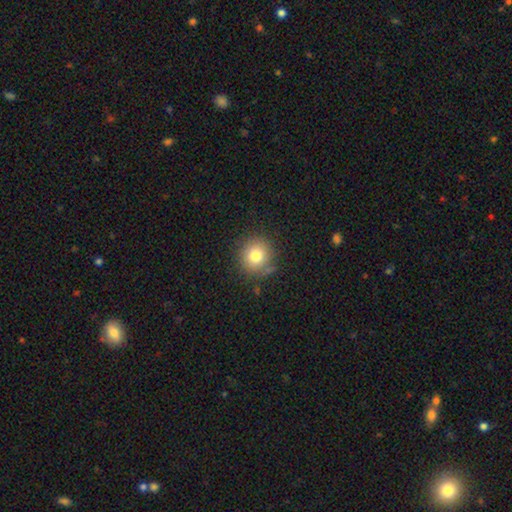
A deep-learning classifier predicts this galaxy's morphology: smooth-or-featured: smooth: 79% | star or artifact: 11% | featured or disk: 10%
  how-rounded: round: 92% | in between: 7% | cigar-shaped: 1%
  merging: none: 82% | minor disturbance: 11% | major disturbance: 3% | merger: 3%